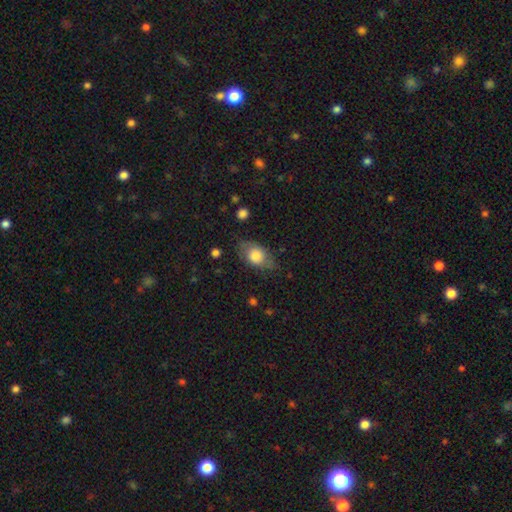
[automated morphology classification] Smooth or featured? smooth (72%)
How rounded? in between (76%)
Merging? none (67%)